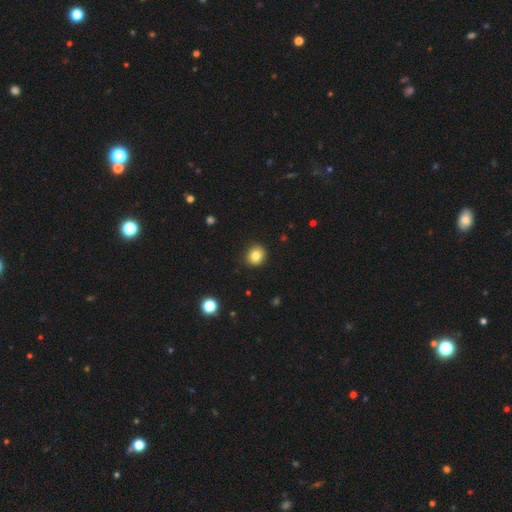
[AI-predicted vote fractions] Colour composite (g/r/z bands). It shows a smooth galaxy with no disk features (83%) that is round (84%). Merging: none (89%).